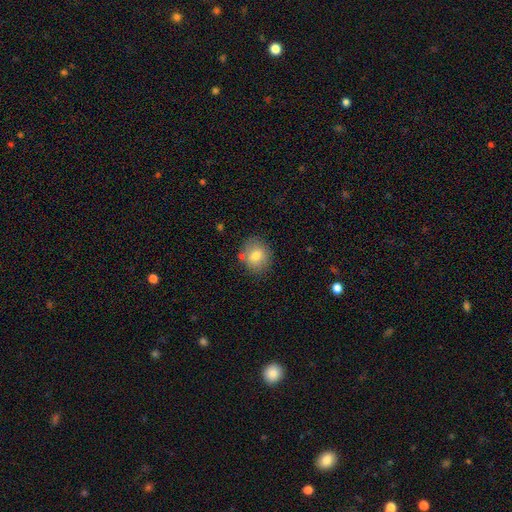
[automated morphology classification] smooth-or-featured: smooth: 79% | featured or disk: 12% | star or artifact: 9%
  how-rounded: round: 76% | in between: 23% | cigar-shaped: 1%
  merging: none: 80% | minor disturbance: 12% | merger: 5% | major disturbance: 3%